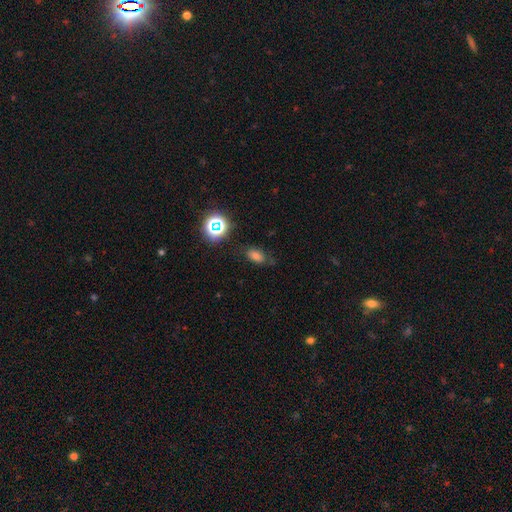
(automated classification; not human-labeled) This is likely a smooth galaxy (71%). How rounded: clearly in between (85%). Merging: likely none (69%).